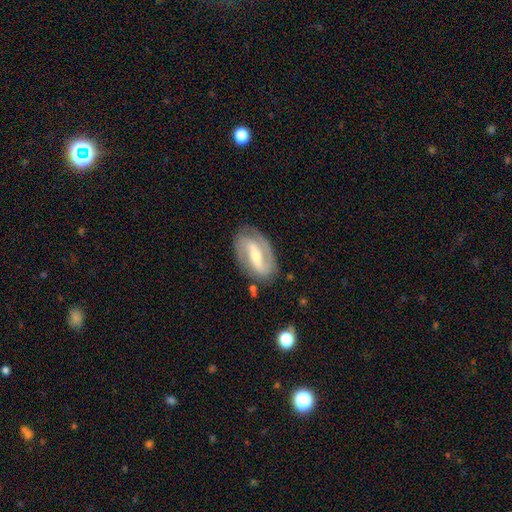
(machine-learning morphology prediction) smooth_or_featured: featured or disk (p=0.84) [alt: smooth p=0.11]
disk_edge_on: no (p=0.94) [alt: yes p=0.06]
bar: strong (p=0.59) [alt: weak p=0.28]
has_spiral_arms: yes (p=0.91) [alt: no p=0.09]
spiral_winding: medium (p=0.43) [alt: tight p=0.39]
spiral_arm_count: 2 (p=0.86) [alt: can't tell p=0.06]
bulge_size: moderate (p=0.50) [alt: small p=0.44]
merging: none (p=0.80) [alt: minor disturbance p=0.13]